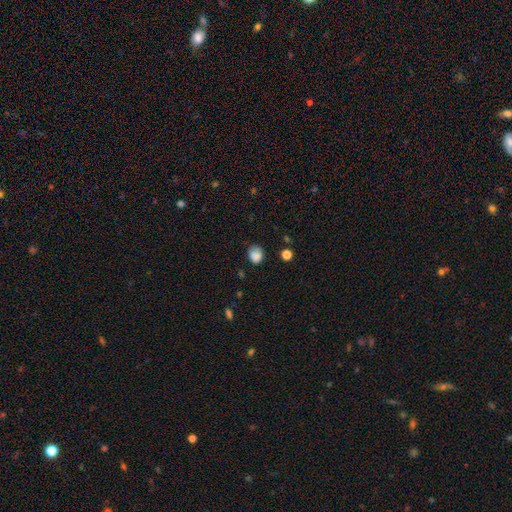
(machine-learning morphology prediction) This is clearly a smooth galaxy (82%). How rounded: likely round (61%). Merging: possibly none (59%).